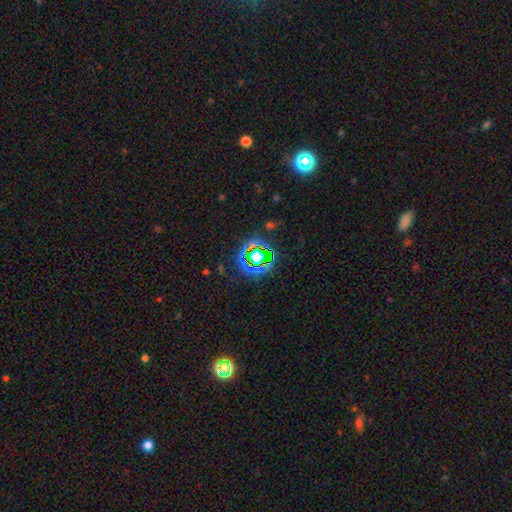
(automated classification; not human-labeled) Smooth or featured? Predicted: star or artifact (p=0.70).